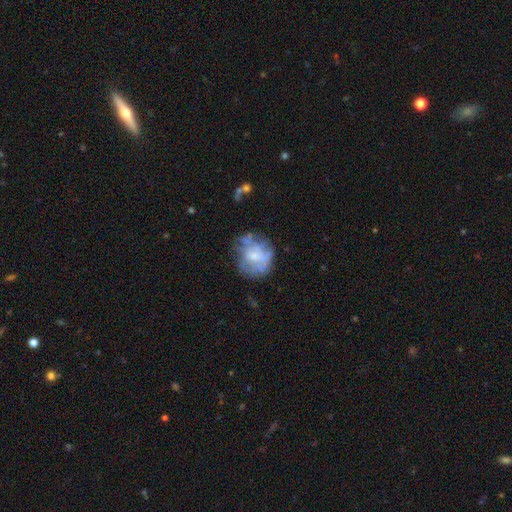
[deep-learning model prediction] Smooth or featured: featured or disk — 54% (smooth — 36%)
Edge-on disk: no — 97% (yes — 3%)
Bar: no — 80% (weak — 17%)
Spiral arms: no — 68% (yes — 32%)
Bulge size: small — 48% (moderate — 38%)
Merging: none — 53% (minor disturbance — 24%)